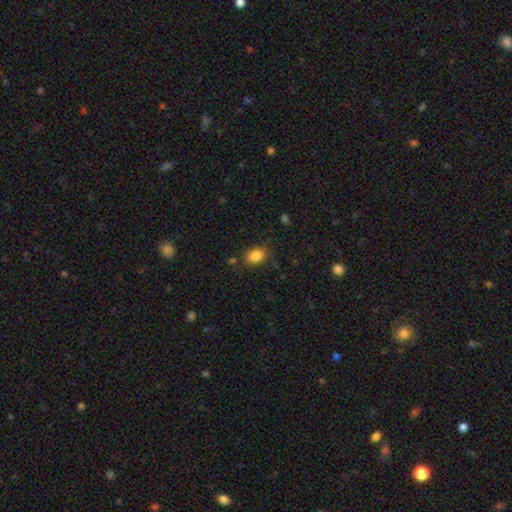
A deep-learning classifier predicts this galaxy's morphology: This appears to be a smooth galaxy with no disk features (86%) that is in between round and cigar-shaped (72%). Merging: none (79%).